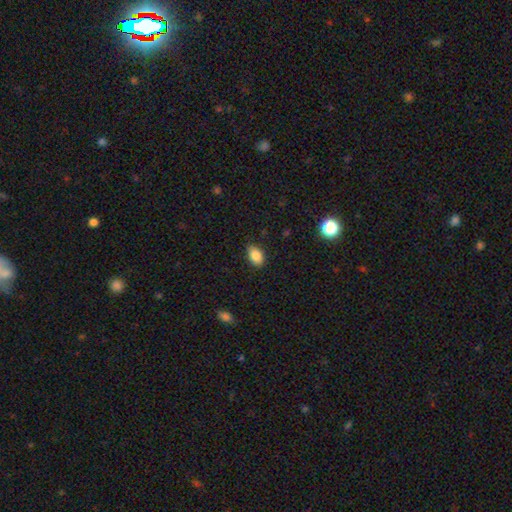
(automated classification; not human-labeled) Overall: smooth (86%). How rounded: in between (87%). Merging: none (81%).